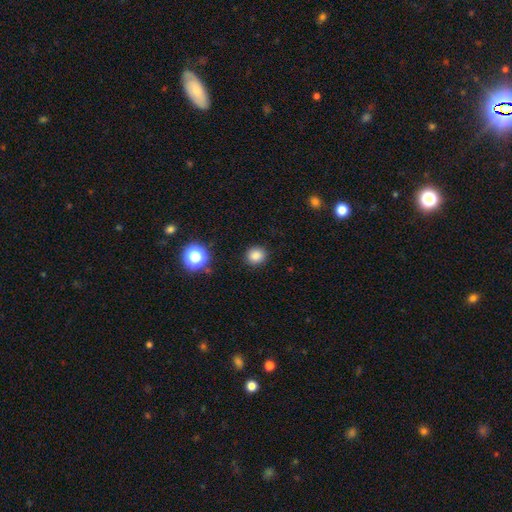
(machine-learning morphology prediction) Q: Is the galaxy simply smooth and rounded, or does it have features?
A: smooth — 83%.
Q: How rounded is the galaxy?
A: round — 84%.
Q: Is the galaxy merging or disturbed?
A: none — 90%.